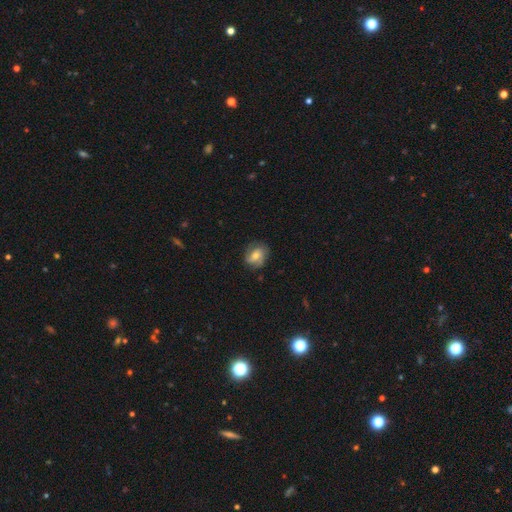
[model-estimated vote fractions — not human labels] This appears to be a featured or disk galaxy (53%) with no bar (47%), spiral arms (83%) and a moderate central bulge (60%). Merging: none (70%).